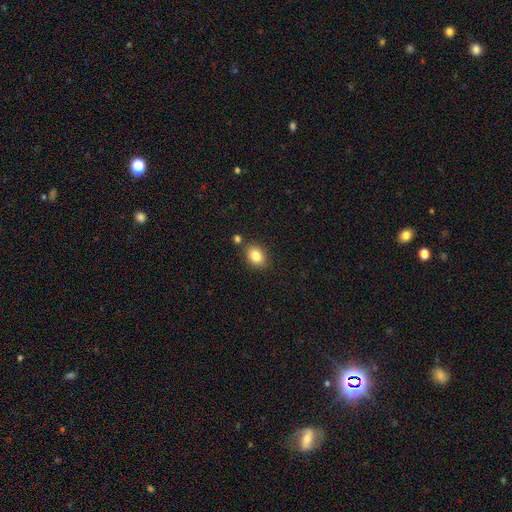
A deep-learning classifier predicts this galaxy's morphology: smooth_or_featured: smooth (p=0.84) [alt: star or artifact p=0.09]
how_rounded: in between (p=0.68) [alt: round p=0.31]
merging: none (p=0.78) [alt: minor disturbance p=0.11]